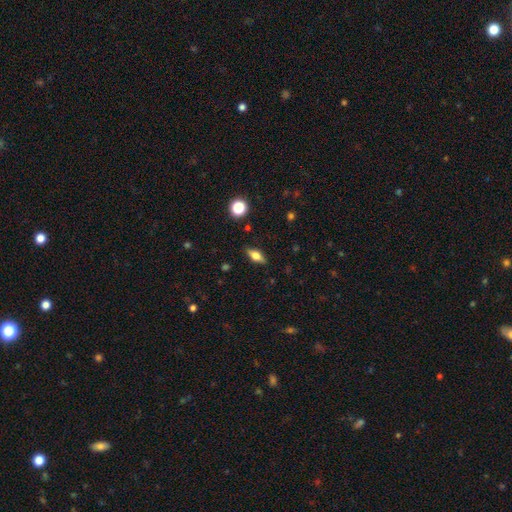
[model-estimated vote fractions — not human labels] smooth_or_featured: smooth (p=0.61) [alt: featured or disk p=0.30]
how_rounded: in between (p=0.73) [alt: cigar-shaped p=0.21]
merging: none (p=0.87) [alt: minor disturbance p=0.09]